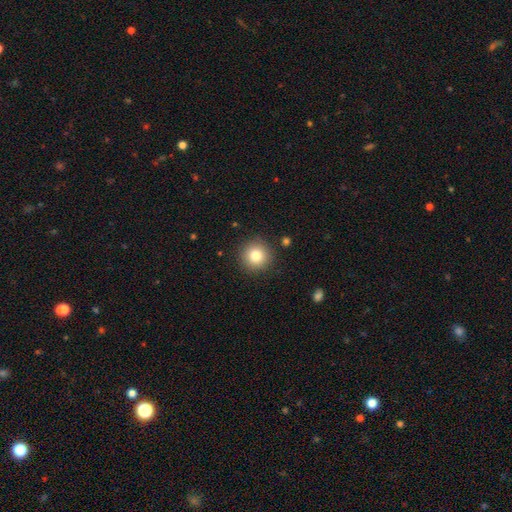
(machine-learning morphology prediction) smooth_or_featured: smooth (p=0.80) [alt: star or artifact p=0.11]
how_rounded: round (p=0.95) [alt: in between p=0.04]
merging: none (p=0.90) [alt: minor disturbance p=0.06]